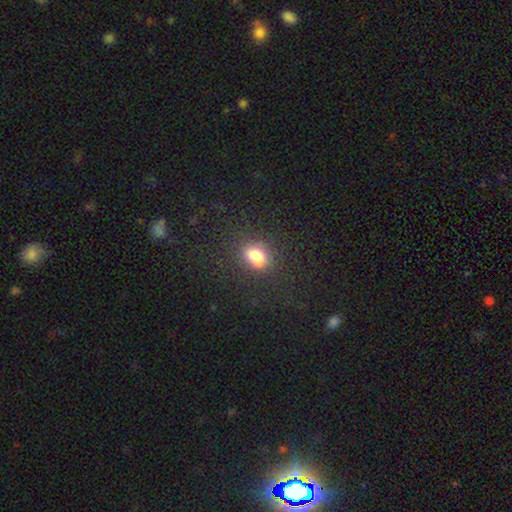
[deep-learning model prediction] This appears to be a smooth galaxy with no disk features (65%) that is in between round and cigar-shaped (54%). Merging: none (51%).